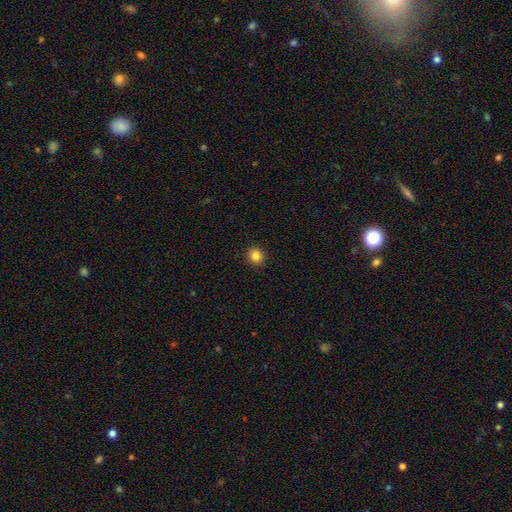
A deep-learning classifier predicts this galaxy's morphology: Smooth or featured?
  - smooth: 85% *
  - star or artifact: 11%
  - featured or disk: 4%
How rounded?
  - round: 88% *
  - in between: 11%
  - cigar-shaped: 1%
Merging?
  - none: 92% *
  - minor disturbance: 5%
  - major disturbance: 2%
  - merger: 1%